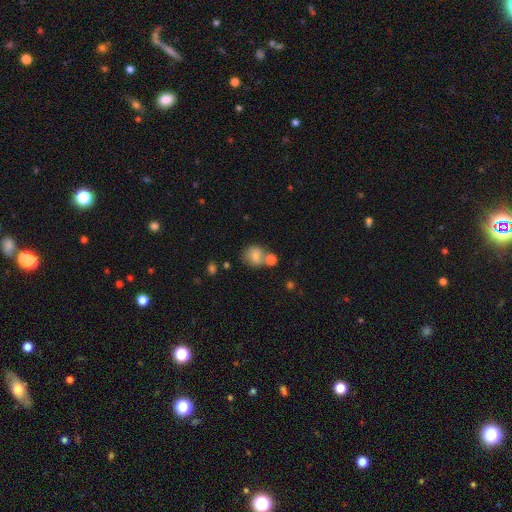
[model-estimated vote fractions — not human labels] Morphology: type=smooth (74%); roundness=round (72%); merging=none (50%).